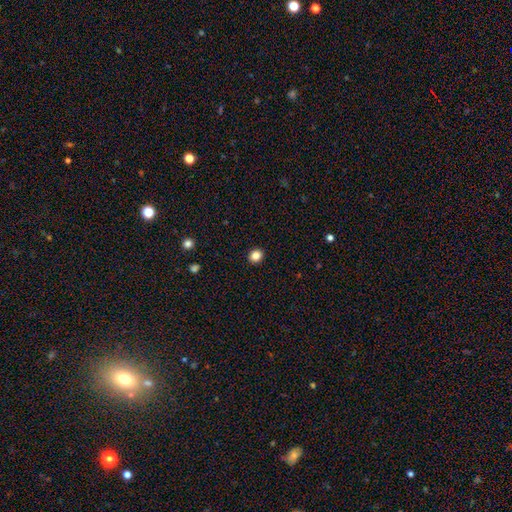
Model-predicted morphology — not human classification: A smooth galaxy with no disk features (84%) that is round (74%). Merging: none (92%).